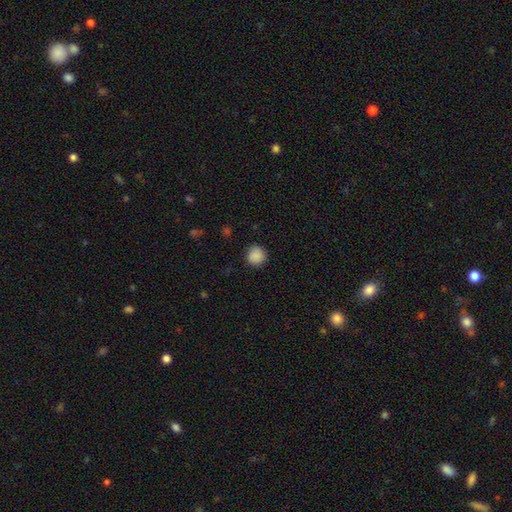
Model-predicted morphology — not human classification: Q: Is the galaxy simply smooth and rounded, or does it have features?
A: smooth — 88%.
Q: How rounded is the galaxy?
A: round — 93%.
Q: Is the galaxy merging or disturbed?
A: none — 88%.